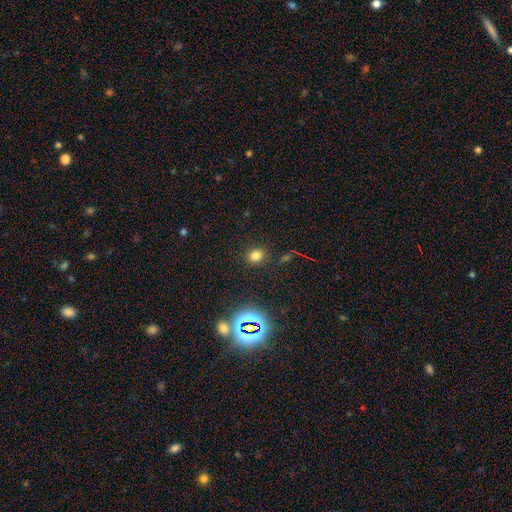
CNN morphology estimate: The model was most divided on "how rounded": round: 65%, in between: 33%, cigar-shaped: 1%. More confident: merging — none (87%); smooth or featured — smooth (74%).